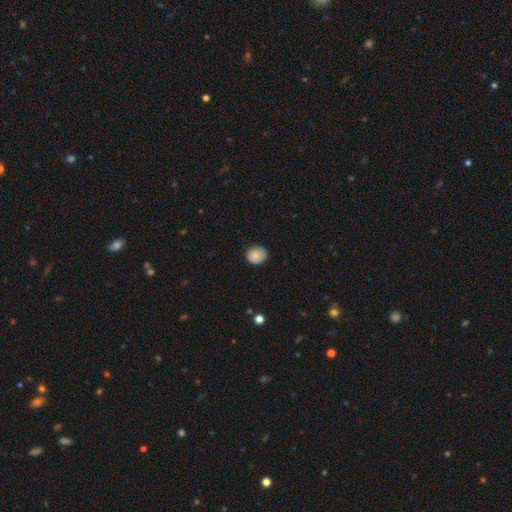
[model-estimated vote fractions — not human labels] Smooth or featured?
  - smooth: 87% *
  - star or artifact: 8%
  - featured or disk: 5%
How rounded?
  - round: 80% *
  - in between: 19%
  - cigar-shaped: 1%
Merging?
  - none: 84% *
  - minor disturbance: 13%
  - major disturbance: 2%
  - merger: 1%